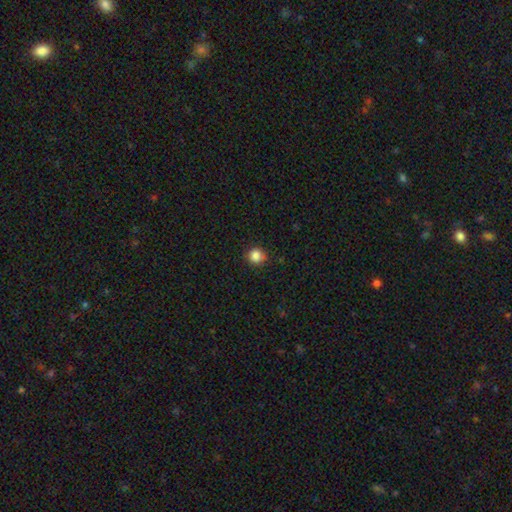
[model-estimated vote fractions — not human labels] Smooth or featured: smooth — 85% (star or artifact — 11%)
How rounded: round — 91% (in between — 8%)
Merging: none — 88% (minor disturbance — 9%)